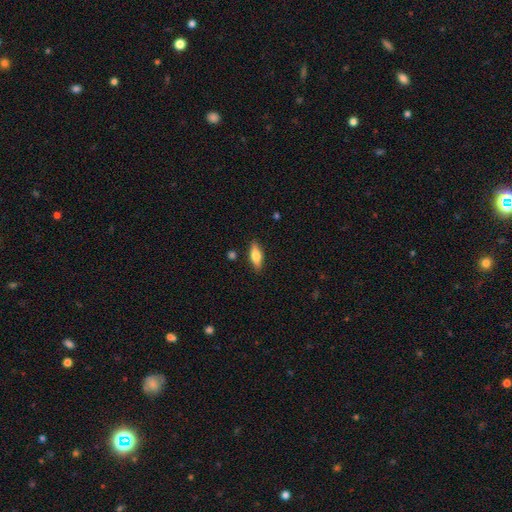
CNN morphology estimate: smooth 64%, featured or disk 29%, star or artifact 7%. Down the decision tree: how rounded — in between (62%); merging — none (86%).